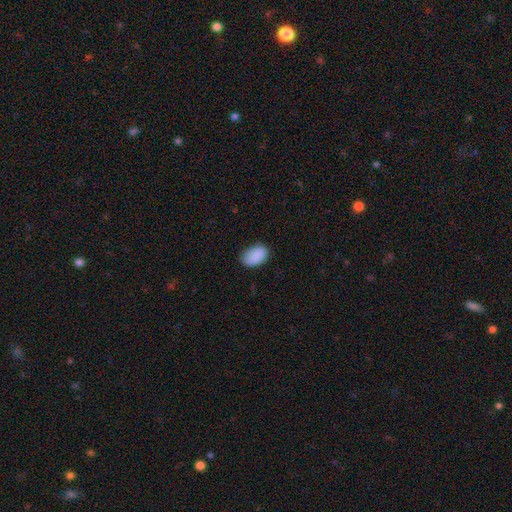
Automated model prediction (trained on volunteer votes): Smooth or featured? Predicted: smooth (p=0.89). How rounded? Predicted: in between (p=0.90). Merging? Predicted: none (p=0.74).